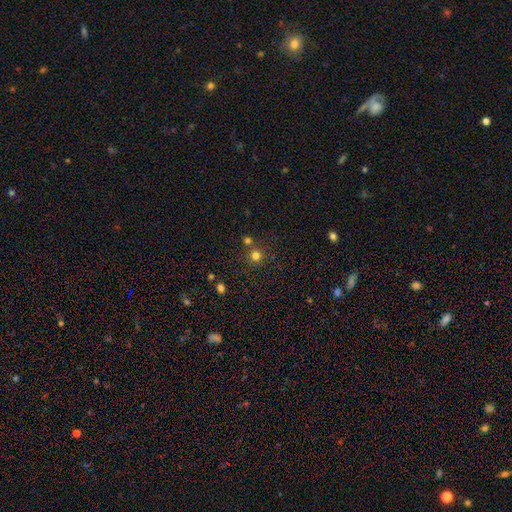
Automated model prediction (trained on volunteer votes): The model was most divided on "smooth or featured": smooth: 74%, star or artifact: 20%, featured or disk: 6%. More confident: how rounded — round (93%); merging — none (74%).